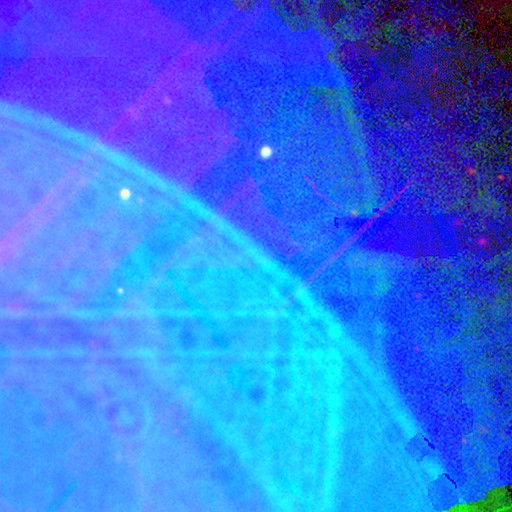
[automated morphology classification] A star or artifact, not a galaxy (89%).